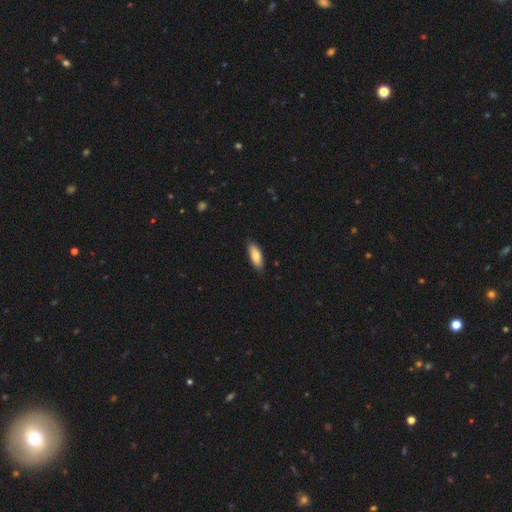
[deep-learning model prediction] smooth-or-featured: smooth: 82% | featured or disk: 13% | star or artifact: 6%
  how-rounded: in between: 69% | cigar-shaped: 30% | round: 2%
  merging: none: 85% | minor disturbance: 12% | major disturbance: 2% | merger: 1%